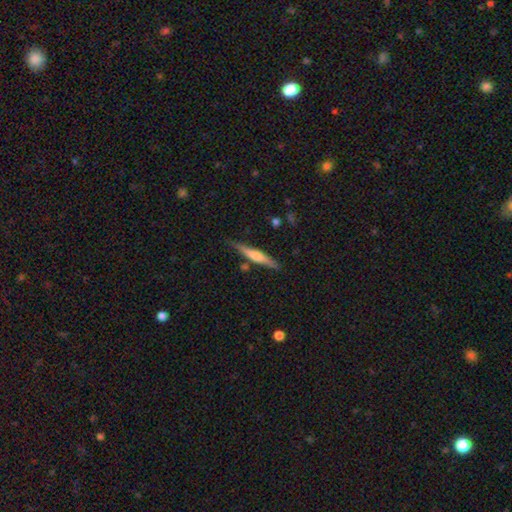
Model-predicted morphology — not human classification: Overall: featured or disk (49%; smooth 45%). Merging: none (80%).